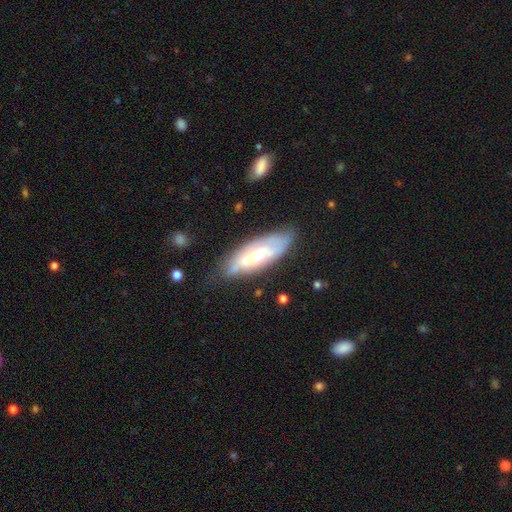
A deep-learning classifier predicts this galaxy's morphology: smooth_or_featured: featured or disk (p=0.64) [alt: smooth p=0.30]
disk_edge_on: no (p=0.77) [alt: yes p=0.23]
merging: none (p=0.67) [alt: minor disturbance p=0.23]